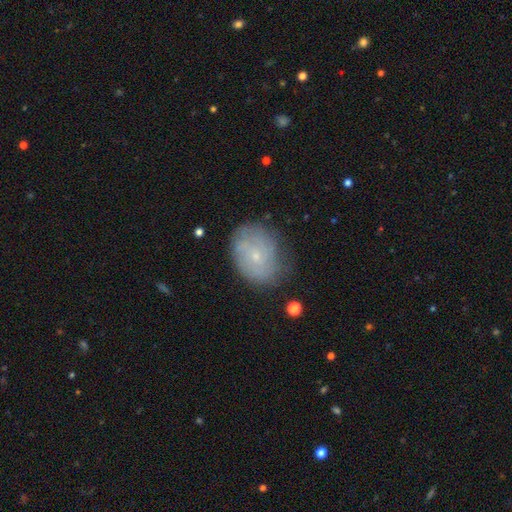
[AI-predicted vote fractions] A smooth galaxy with no disk features (47%).

Vote fractions:
- Smooth or featured? smooth: 47% / featured or disk: 44% / star or artifact: 9%
- Merging? none: 67% / minor disturbance: 23% / major disturbance: 8% / merger: 2%